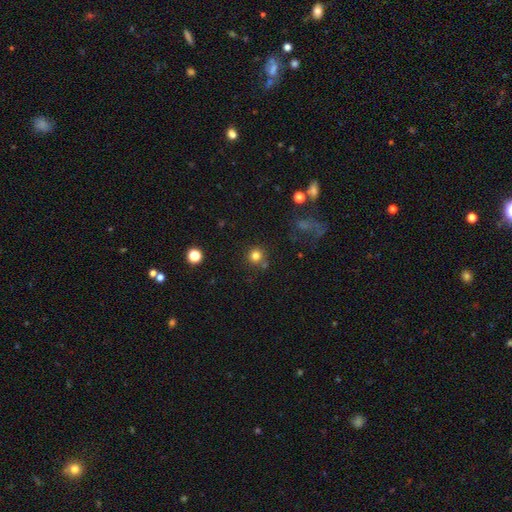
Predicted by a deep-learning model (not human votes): Smooth or featured: smooth — 80% (star or artifact — 14%)
How rounded: round — 94% (in between — 5%)
Merging: none — 80% (minor disturbance — 9%)